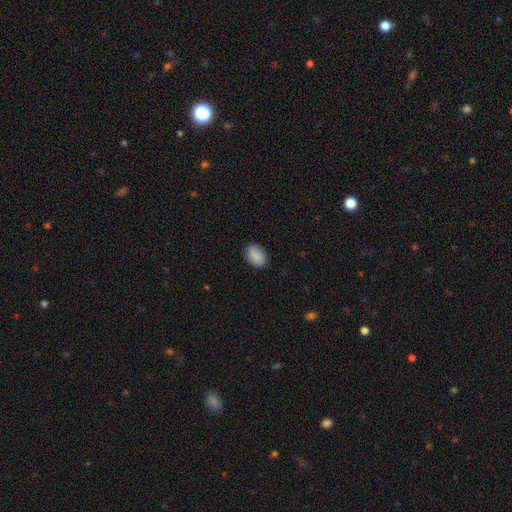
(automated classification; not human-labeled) The model was most divided on "merging": none: 82%, minor disturbance: 14%, major disturbance: 3%, merger: 1%. More confident: smooth or featured — smooth (88%); how rounded — in between (84%).